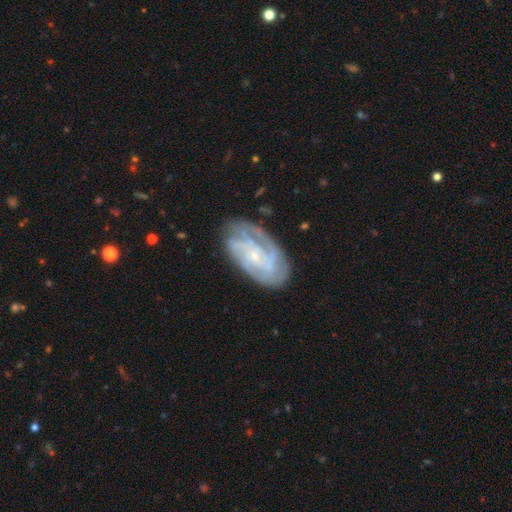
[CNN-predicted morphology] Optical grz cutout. It shows a featured or disk galaxy (84%) with no bar (67%), tight (60%) spiral arms (95%) and a small central bulge (80%). Merging: none (74%).